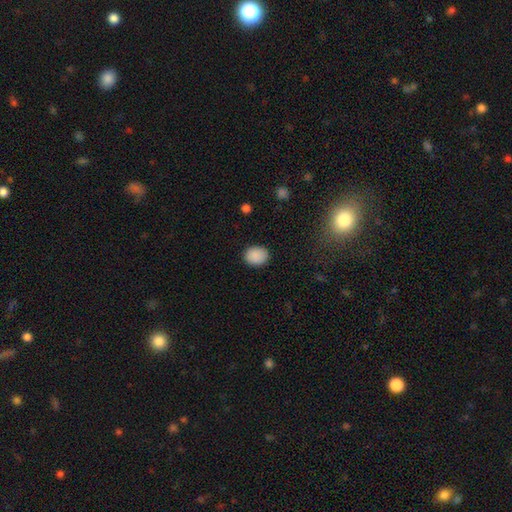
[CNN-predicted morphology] Smooth or featured: smooth — 89% (star or artifact — 8%)
How rounded: in between — 52% (round — 47%)
Merging: none — 87% (minor disturbance — 9%)